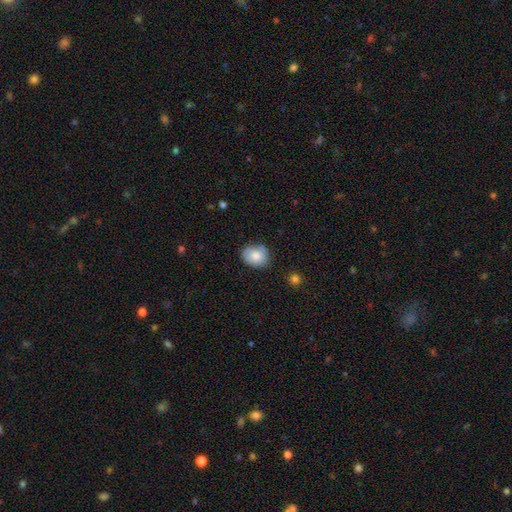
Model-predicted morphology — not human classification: Smooth or featured?
  - smooth: 73% *
  - featured or disk: 19%
  - star or artifact: 8%
How rounded?
  - round: 50% *
  - in between: 49%
  - cigar-shaped: 1%
Merging?
  - none: 67% *
  - minor disturbance: 25%
  - major disturbance: 5%
  - merger: 3%